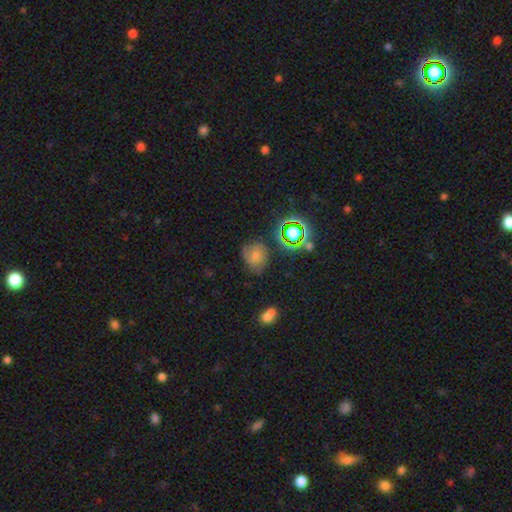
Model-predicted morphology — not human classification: This is possibly a smooth galaxy (54%). How rounded: likely round (68%). Merging: likely none (62%).